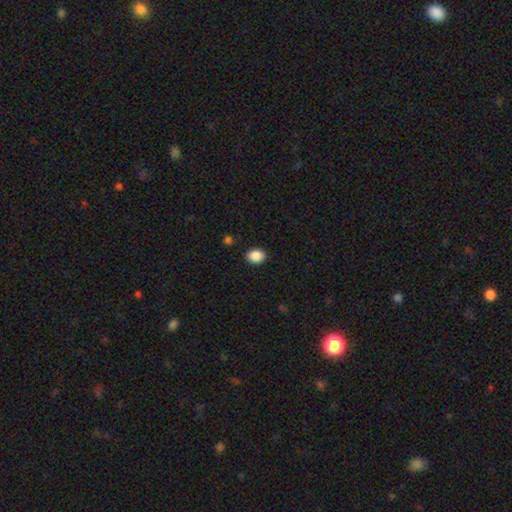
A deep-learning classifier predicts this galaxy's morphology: This is clearly a smooth galaxy (89%). How rounded: possibly in between (53%). Merging: clearly none (89%).